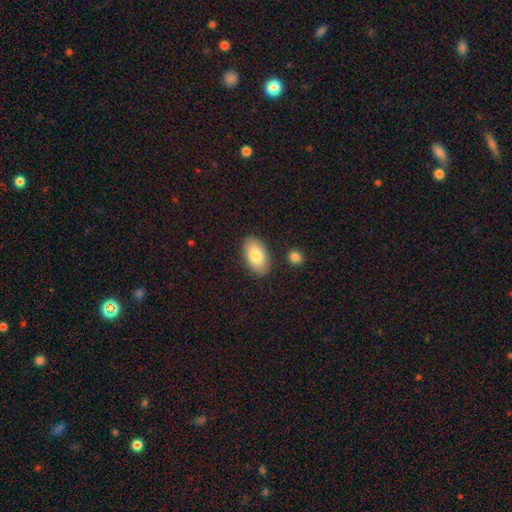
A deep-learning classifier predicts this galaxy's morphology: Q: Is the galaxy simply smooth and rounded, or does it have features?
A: smooth — 82%.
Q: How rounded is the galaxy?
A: in between — 94%.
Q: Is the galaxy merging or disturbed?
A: none — 85%.